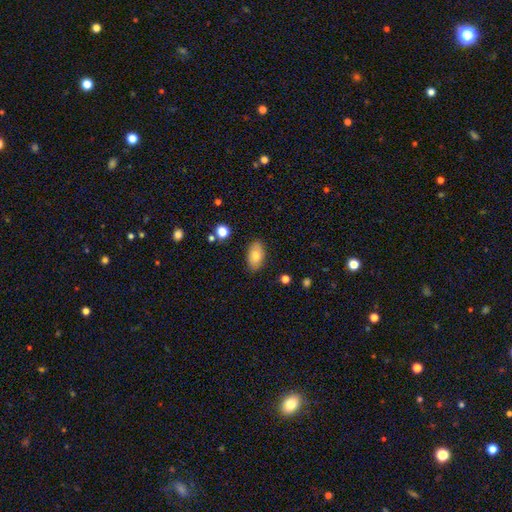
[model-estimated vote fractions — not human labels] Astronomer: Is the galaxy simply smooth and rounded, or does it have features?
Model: smooth — 80%.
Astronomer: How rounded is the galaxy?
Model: in between — 92%.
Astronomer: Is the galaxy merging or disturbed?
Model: none — 86%.